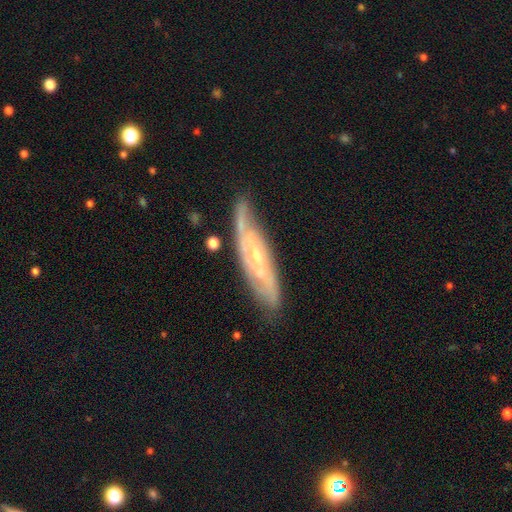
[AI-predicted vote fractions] Smooth or featured? Predicted: featured or disk (p=0.81). Edge-on disk? Predicted: no (p=0.71). Bar? Predicted: no (p=0.53). Spiral arms? Predicted: yes (p=0.91). Spiral winding? Predicted: tight (p=0.50). Spiral arm count? Predicted: 2 (p=0.44). Bulge size? Predicted: small (p=0.65). Merging? Predicted: none (p=0.73).